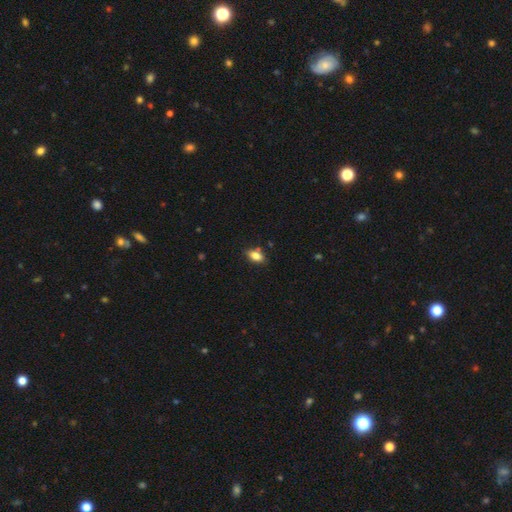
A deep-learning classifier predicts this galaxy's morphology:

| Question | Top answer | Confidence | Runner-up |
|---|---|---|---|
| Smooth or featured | smooth | 80% | featured or disk (11%) |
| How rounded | in between | 86% | round (8%) |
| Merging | none | 77% | minor disturbance (16%) |